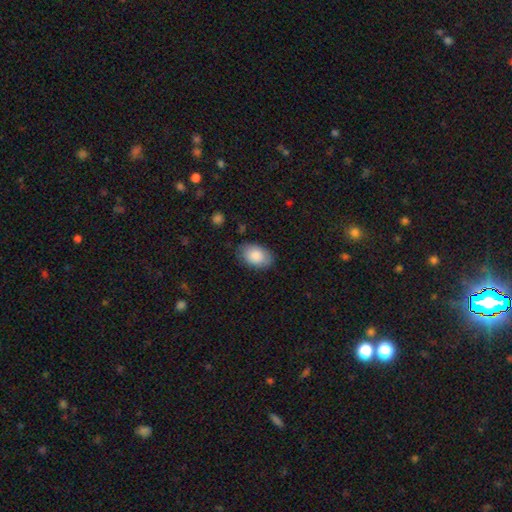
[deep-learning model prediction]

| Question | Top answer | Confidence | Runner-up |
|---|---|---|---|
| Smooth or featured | smooth | 85% | featured or disk (9%) |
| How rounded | in between | 89% | round (10%) |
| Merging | none | 79% | minor disturbance (16%) |